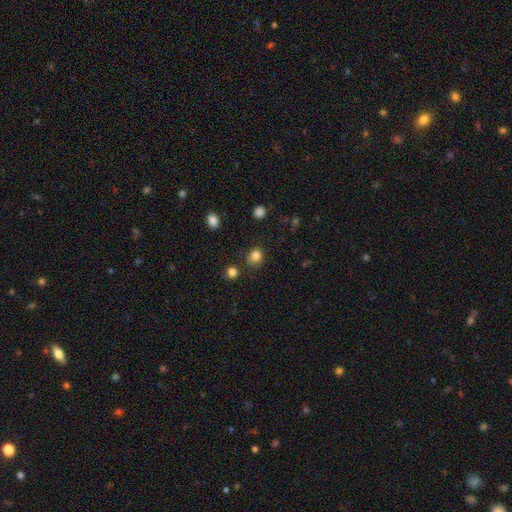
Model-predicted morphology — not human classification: smooth-or-featured: smooth: 83% | star or artifact: 13% | featured or disk: 4%
  how-rounded: round: 75% | in between: 24% | cigar-shaped: 1%
  merging: none: 77% | minor disturbance: 15% | merger: 4% | major disturbance: 4%